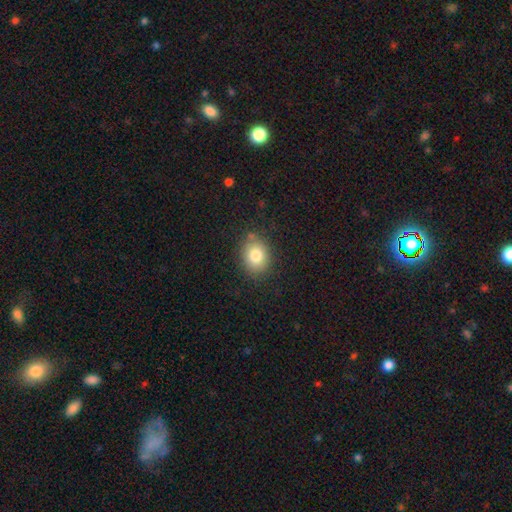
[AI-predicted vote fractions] Overall: smooth (81%). How rounded: in between (50%; round 49%). Merging: none (82%).